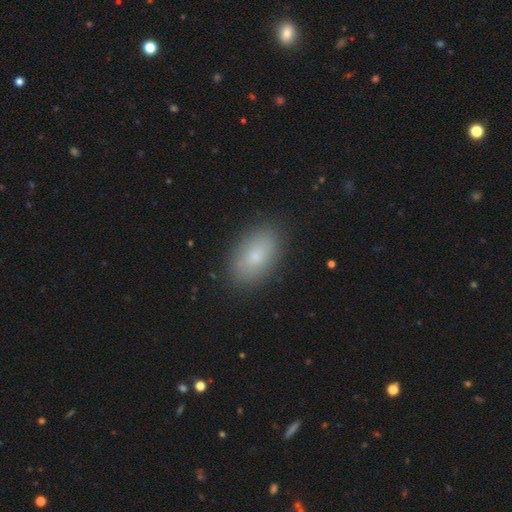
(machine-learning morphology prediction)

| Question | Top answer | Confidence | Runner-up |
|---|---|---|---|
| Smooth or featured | smooth | 78% | featured or disk (13%) |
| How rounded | in between | 91% | round (7%) |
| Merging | none | 87% | minor disturbance (9%) |